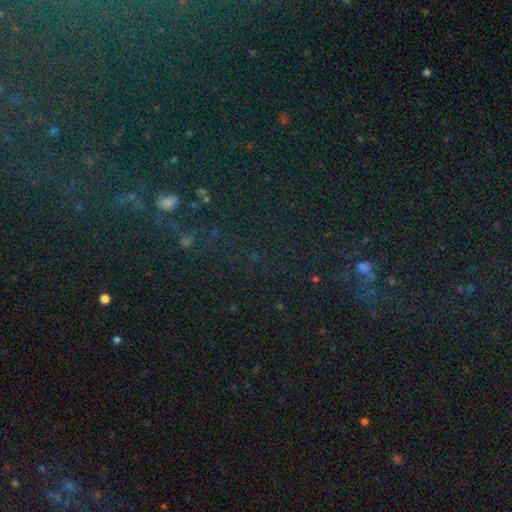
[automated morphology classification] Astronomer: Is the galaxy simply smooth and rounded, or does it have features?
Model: star or artifact — 76%.